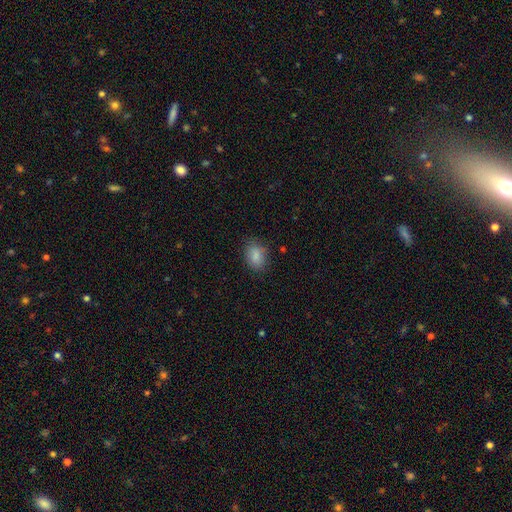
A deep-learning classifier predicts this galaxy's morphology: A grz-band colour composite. It shows a smooth galaxy with no disk features (86%) that is in between round and cigar-shaped (76%). Merging: none (77%).